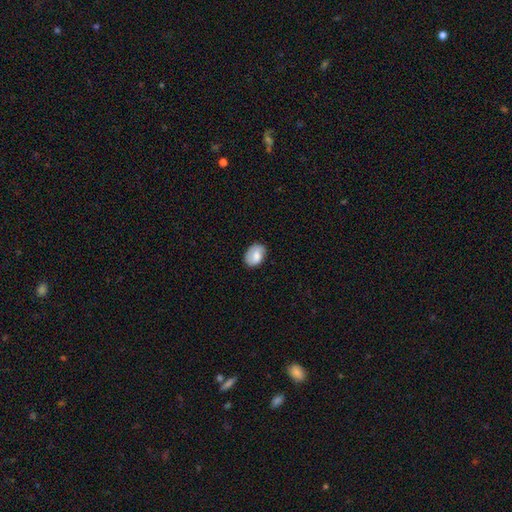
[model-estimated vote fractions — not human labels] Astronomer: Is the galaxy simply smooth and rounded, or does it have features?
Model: smooth — 73%.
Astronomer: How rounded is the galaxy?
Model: in between — 74%.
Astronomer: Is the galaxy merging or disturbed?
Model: none — 74%.